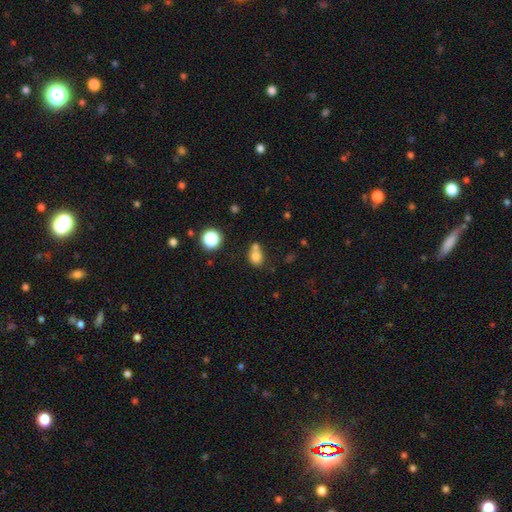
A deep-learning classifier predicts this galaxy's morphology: Smooth or featured? smooth (75%)
How rounded? round (57%)
Merging? merger (41%, tied with none)